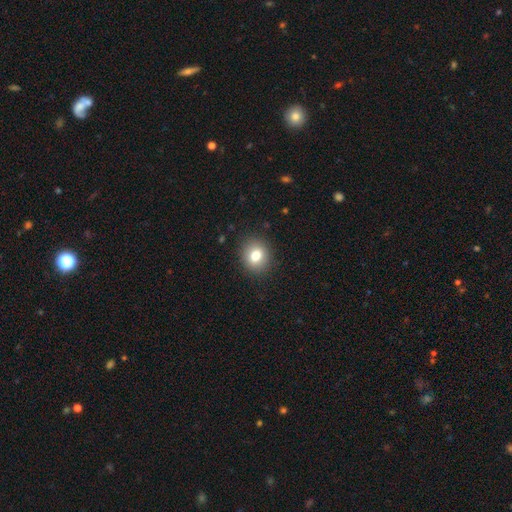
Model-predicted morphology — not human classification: A smooth galaxy with no disk features (79%) that is round (77%).

Vote fractions:
- Smooth or featured? smooth: 79% / star or artifact: 11% / featured or disk: 11%
- How rounded? round: 77% / in between: 22% / cigar-shaped: 1%
- Merging? none: 90% / minor disturbance: 7% / major disturbance: 2% / merger: 1%